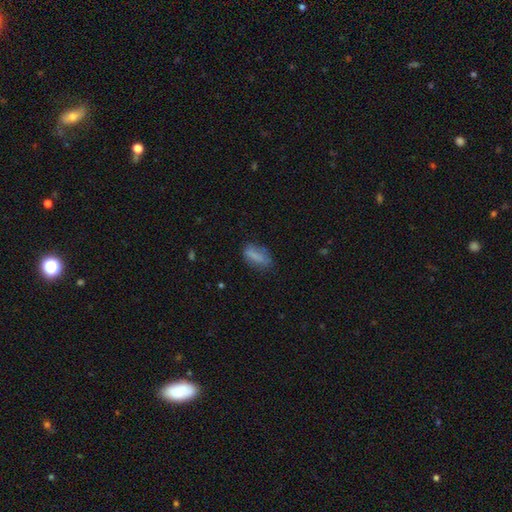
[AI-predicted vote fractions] This is likely a smooth galaxy (78%). How rounded: likely in between (77%). Merging: likely none (64%).